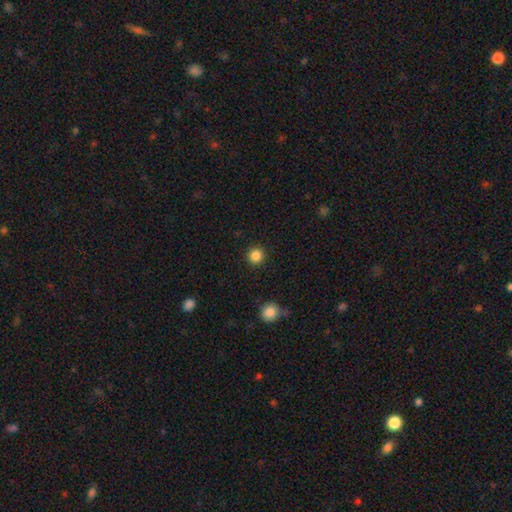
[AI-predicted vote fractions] smooth_or_featured: smooth (p=0.86) [alt: star or artifact p=0.11]
how_rounded: round (p=0.95) [alt: in between p=0.04]
merging: none (p=0.92) [alt: minor disturbance p=0.05]